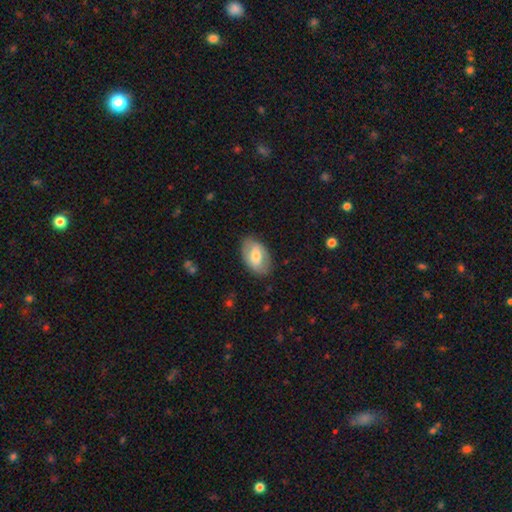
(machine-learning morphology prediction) Overall: smooth (61%; featured or disk 33%). How rounded: in between (91%). Merging: none (82%).